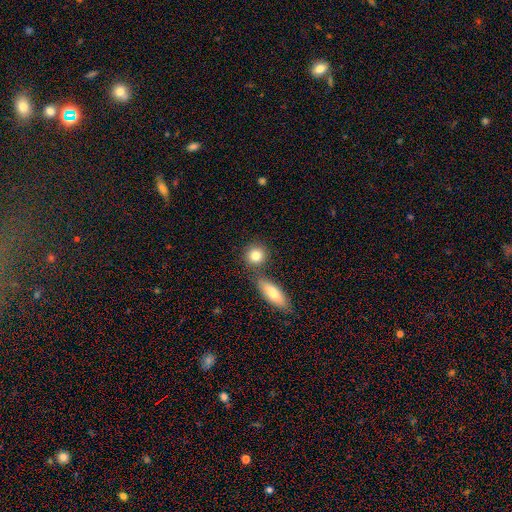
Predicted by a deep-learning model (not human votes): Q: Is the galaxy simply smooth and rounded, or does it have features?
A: smooth — 82%.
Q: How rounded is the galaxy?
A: round — 80%.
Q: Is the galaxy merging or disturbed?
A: none — 72%.